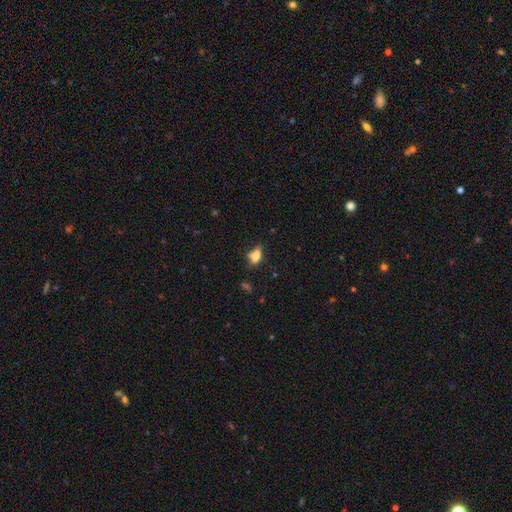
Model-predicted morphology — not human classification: A smooth galaxy with no disk features (67%) that is in between round and cigar-shaped (79%).

Vote fractions:
- Smooth or featured? smooth: 67% / featured or disk: 21% / star or artifact: 12%
- How rounded? in between: 79% / cigar-shaped: 12% / round: 9%
- Merging? none: 56% / minor disturbance: 26% / major disturbance: 11% / merger: 7%